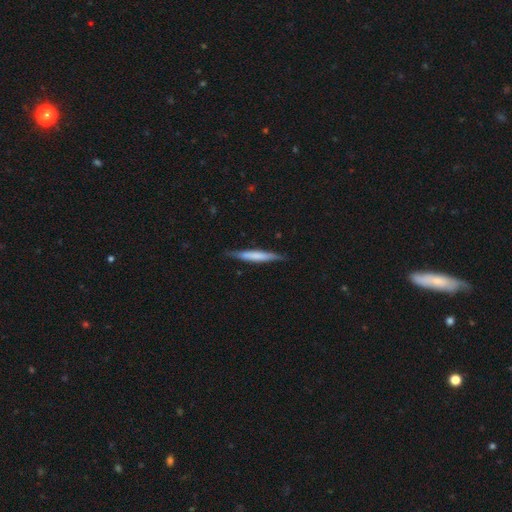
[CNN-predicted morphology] This is possibly a smooth galaxy (55%). How rounded: clearly cigar-shaped (95%). Merging: clearly none (85%).